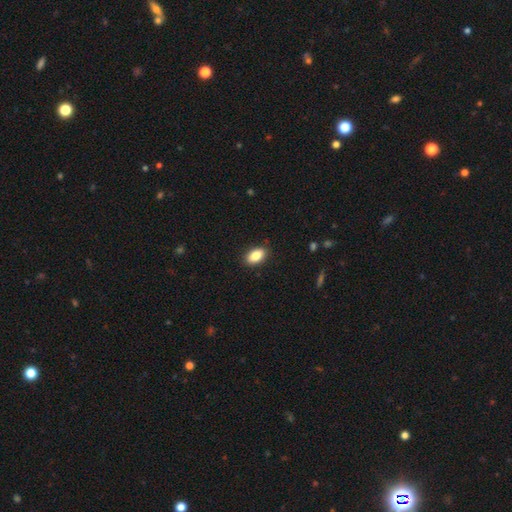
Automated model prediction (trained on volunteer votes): smooth-or-featured: smooth: 86% | star or artifact: 7% | featured or disk: 6%
  how-rounded: in between: 92% | round: 6% | cigar-shaped: 2%
  merging: none: 89% | minor disturbance: 8% | major disturbance: 2% | merger: 1%